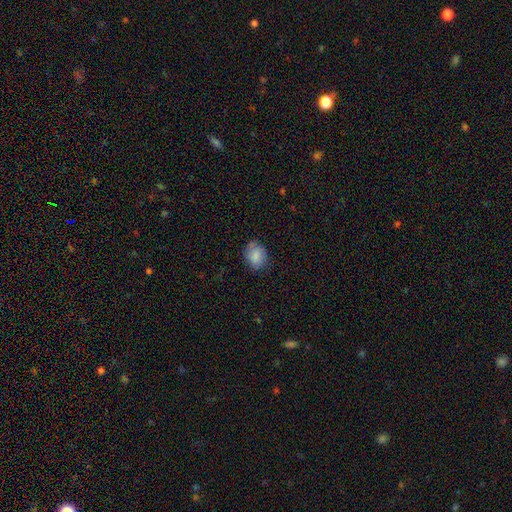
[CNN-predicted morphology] type=smooth (84%); roundness=in between (59%); merging=none (71%).